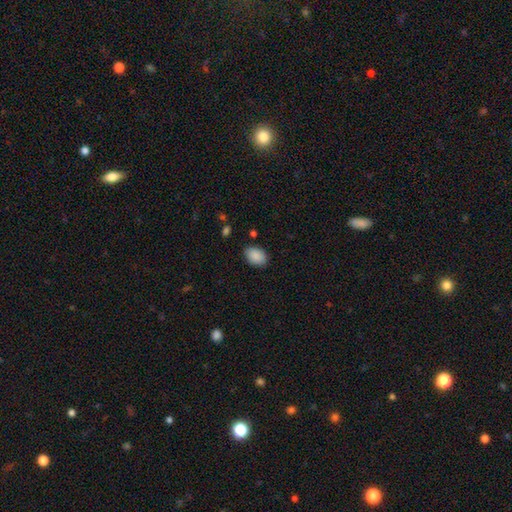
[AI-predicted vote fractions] A smooth galaxy with no disk features (90%) that is in between round and cigar-shaped (83%).

Vote fractions:
- Smooth or featured? smooth: 90% / star or artifact: 7% / featured or disk: 3%
- How rounded? in between: 83% / round: 16% / cigar-shaped: 1%
- Merging? none: 85% / minor disturbance: 11% / major disturbance: 3% / merger: 2%